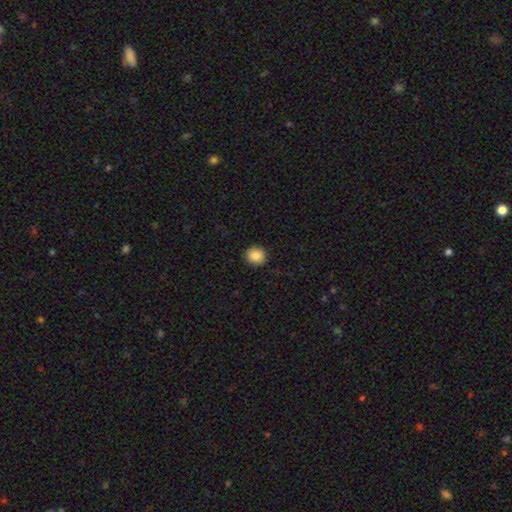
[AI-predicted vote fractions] smooth_or_featured: smooth (p=0.88) [alt: star or artifact p=0.09]
how_rounded: round (p=0.84) [alt: in between p=0.15]
merging: none (p=0.91) [alt: minor disturbance p=0.06]